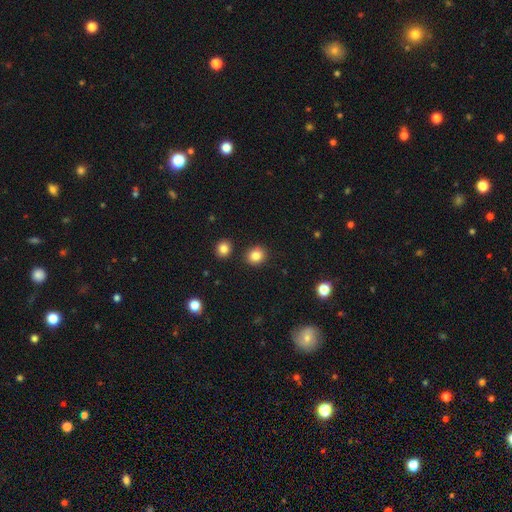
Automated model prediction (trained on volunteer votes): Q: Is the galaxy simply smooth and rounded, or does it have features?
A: smooth — 85%.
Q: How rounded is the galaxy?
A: round — 79%.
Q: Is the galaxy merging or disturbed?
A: none — 88%.